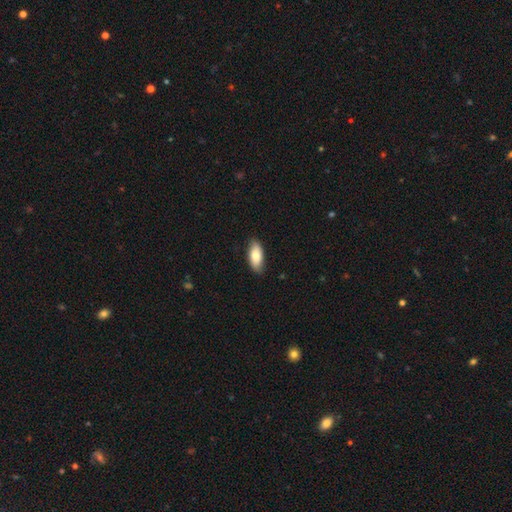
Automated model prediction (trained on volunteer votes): smooth-or-featured: smooth: 81% | featured or disk: 13% | star or artifact: 6%
  how-rounded: in between: 85% | cigar-shaped: 13% | round: 2%
  merging: none: 84% | minor disturbance: 13% | major disturbance: 2% | merger: 1%